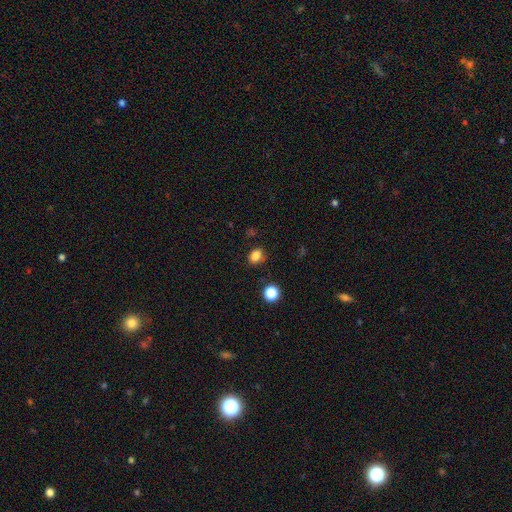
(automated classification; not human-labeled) Smooth or featured: smooth — 83% (star or artifact — 13%)
How rounded: in between — 59% (round — 40%)
Merging: none — 80% (minor disturbance — 14%)